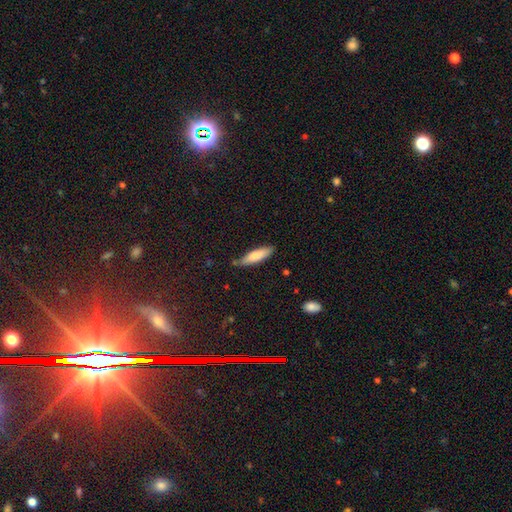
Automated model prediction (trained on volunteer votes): smooth 77%, featured or disk 17%, star or artifact 6%. Down the decision tree: how rounded — cigar-shaped (67%); merging — none (75%).